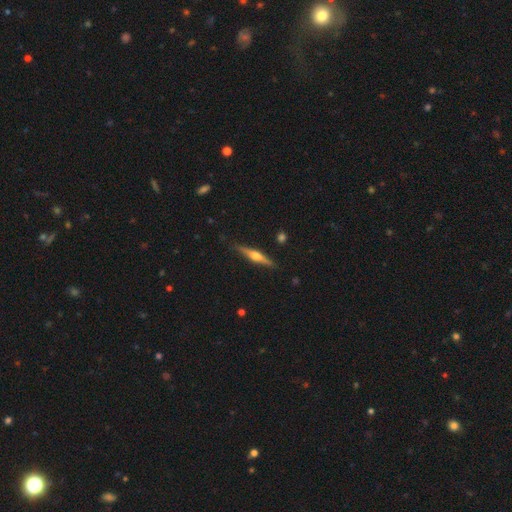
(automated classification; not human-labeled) smooth_or_featured: featured or disk (p=0.72) [alt: smooth p=0.23]
disk_edge_on: yes (p=0.98) [alt: no p=0.02]
edge_on_bulge: rounded (p=0.92) [alt: boxy p=0.05]
merging: none (p=0.88) [alt: minor disturbance p=0.09]